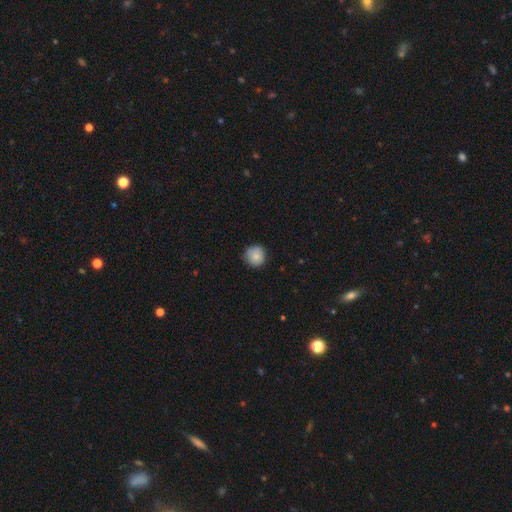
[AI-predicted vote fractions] This appears to be a smooth galaxy with no disk features (84%) that is round (94%). Merging: none (86%).